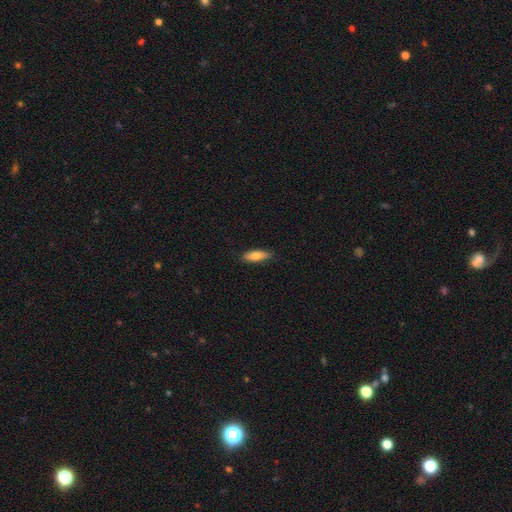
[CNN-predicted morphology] Smooth or featured: smooth — 81% (featured or disk — 13%)
How rounded: in between — 56% (cigar-shaped — 42%)
Merging: none — 85% (minor disturbance — 12%)